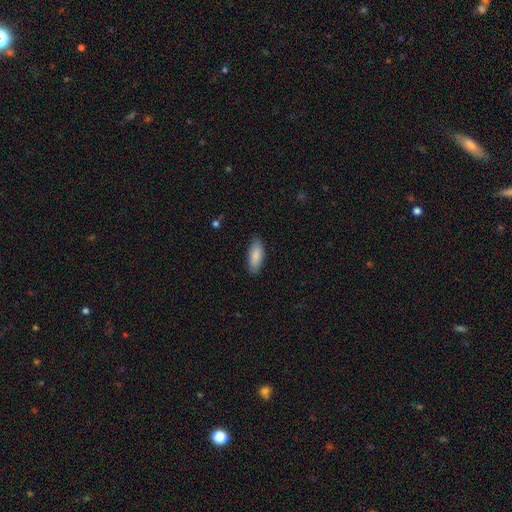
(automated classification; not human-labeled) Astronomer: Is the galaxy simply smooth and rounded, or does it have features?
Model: smooth — 88%.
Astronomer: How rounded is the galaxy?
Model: in between — 80%.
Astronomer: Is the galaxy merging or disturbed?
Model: none — 86%.